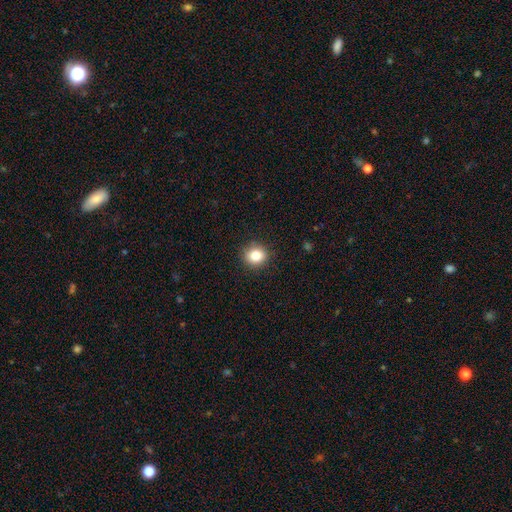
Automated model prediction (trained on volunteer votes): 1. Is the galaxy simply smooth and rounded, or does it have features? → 82% smooth, 11% star or artifact, 7% featured or disk.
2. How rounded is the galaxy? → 83% round, 16% in between, 1% cigar-shaped.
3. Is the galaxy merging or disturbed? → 90% none, 7% minor disturbance, 2% major disturbance, 1% merger.